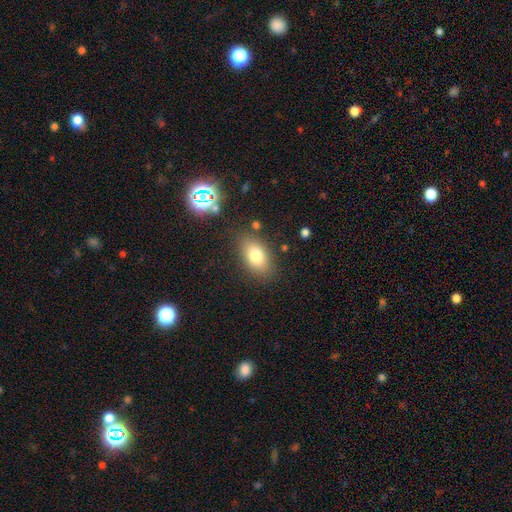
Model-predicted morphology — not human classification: A smooth galaxy with no disk features (78%) that is in between round and cigar-shaped (87%).

Vote fractions:
- Smooth or featured? smooth: 78% / featured or disk: 11% / star or artifact: 10%
- How rounded? in between: 87% / round: 10% / cigar-shaped: 2%
- Merging? none: 81% / minor disturbance: 12% / major disturbance: 4% / merger: 3%